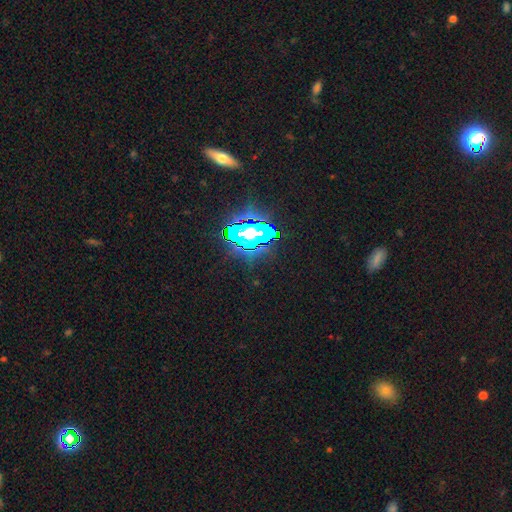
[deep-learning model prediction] Q: Smooth or featured?
A: star or artifact (80%); runner-up: smooth (13%)